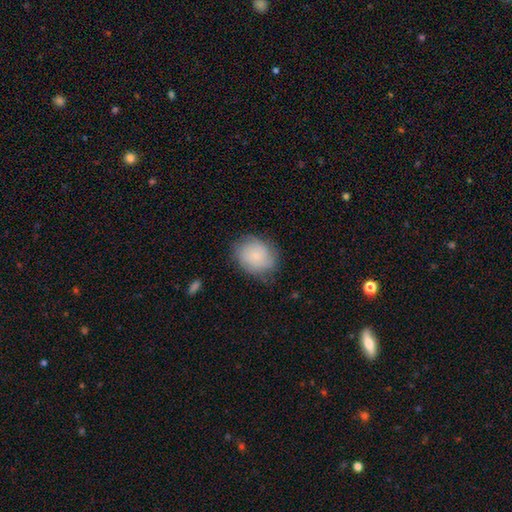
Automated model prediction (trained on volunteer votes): Overall: smooth (66%). How rounded: round (53%; in between 46%). Merging: none (73%).